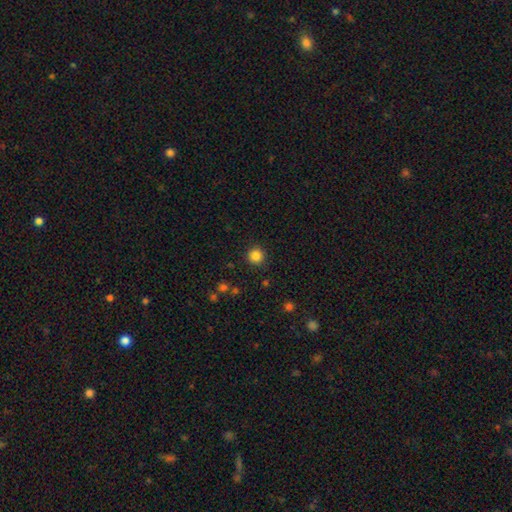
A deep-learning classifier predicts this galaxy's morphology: A smooth galaxy with no disk features (85%) that is round (95%).

Vote fractions:
- Smooth or featured? smooth: 85% / star or artifact: 12% / featured or disk: 4%
- How rounded? round: 95% / in between: 4% / cigar-shaped: 1%
- Merging? none: 91% / minor disturbance: 5% / major disturbance: 2% / merger: 1%